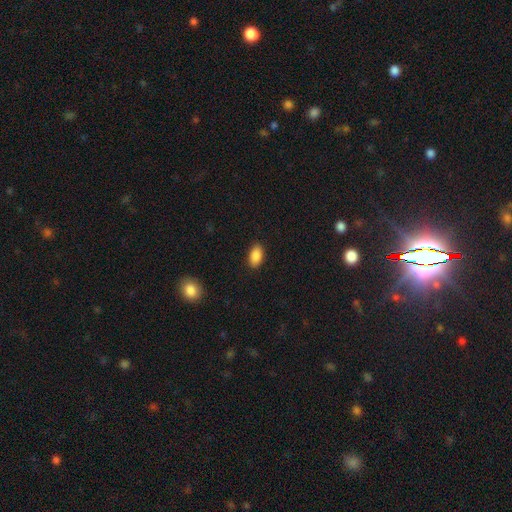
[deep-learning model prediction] Smooth or featured?
  - smooth: 89% *
  - star or artifact: 7%
  - featured or disk: 4%
How rounded?
  - in between: 93% *
  - round: 5%
  - cigar-shaped: 2%
Merging?
  - none: 89% *
  - minor disturbance: 8%
  - major disturbance: 2%
  - merger: 1%